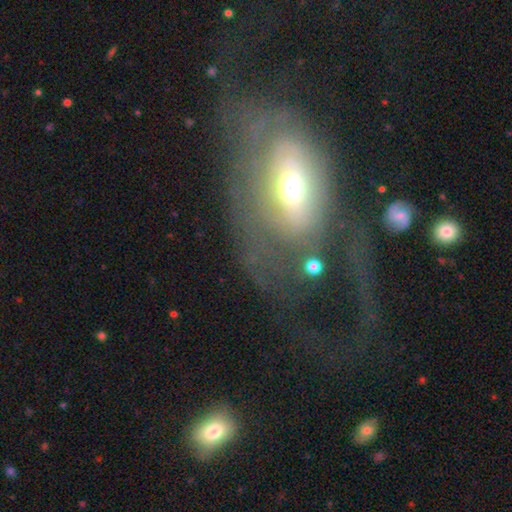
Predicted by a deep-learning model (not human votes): Overall: featured or disk (60%; smooth 31%). Edge-on disk: no (91%). Bar: no (65%). Spiral arms: no (56%; yes 44%). Bulge size: moderate (65%). Merging: major disturbance (59%; none 23%).